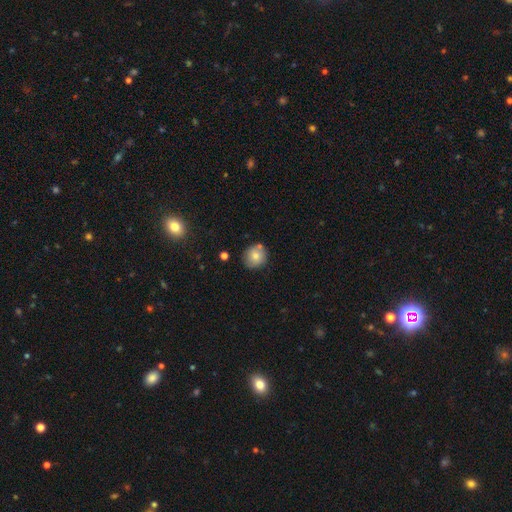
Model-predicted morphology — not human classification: The model was most divided on "merging": none: 75%, minor disturbance: 14%, merger: 8%, major disturbance: 3%. More confident: how rounded — round (86%); smooth or featured — smooth (76%).